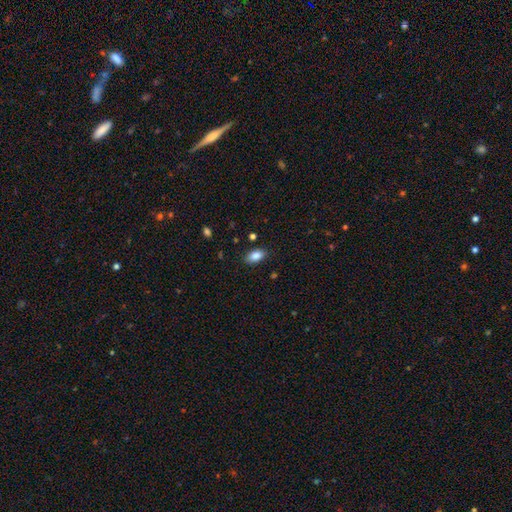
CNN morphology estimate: Overall: smooth (87%). How rounded: in between (91%). Merging: none (86%).